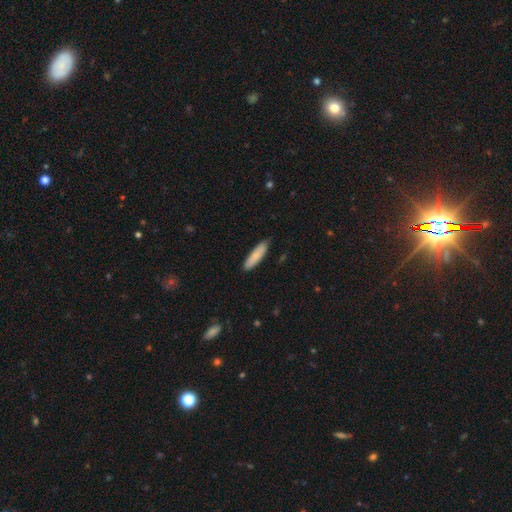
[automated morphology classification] Smooth or featured: smooth — 84% (featured or disk — 11%)
How rounded: cigar-shaped — 68% (in between — 30%)
Merging: none — 85% (minor disturbance — 12%)